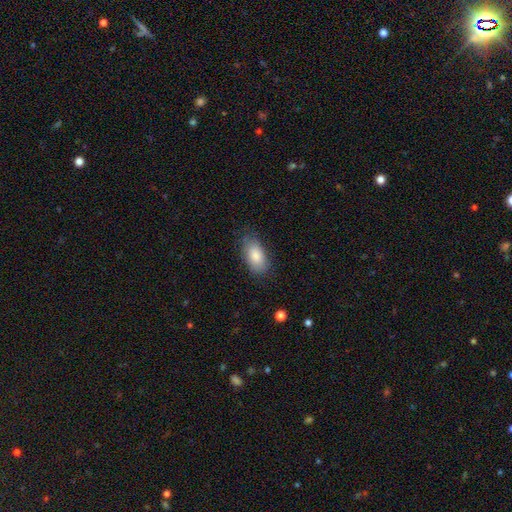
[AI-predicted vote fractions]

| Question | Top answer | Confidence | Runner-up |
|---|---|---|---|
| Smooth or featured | smooth | 85% | featured or disk (9%) |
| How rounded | in between | 93% | round (4%) |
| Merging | none | 76% | minor disturbance (18%) |